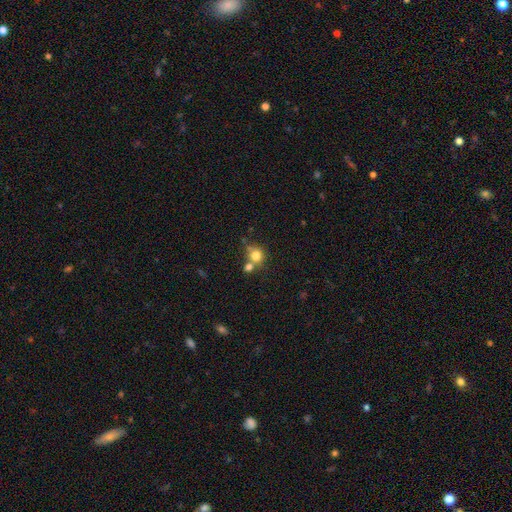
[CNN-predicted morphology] type=smooth (79%); roundness=round (80%); merging=none (48%).